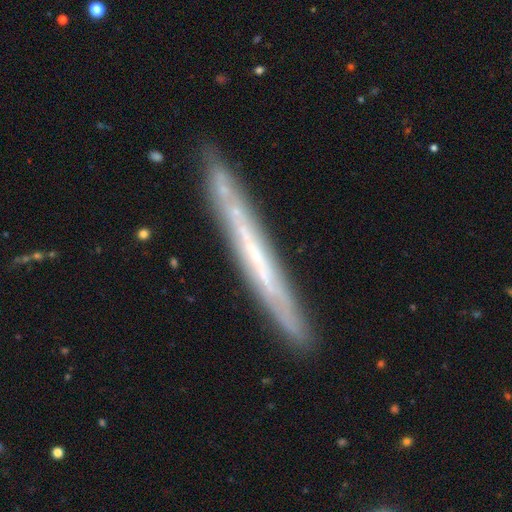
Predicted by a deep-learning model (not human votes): This is likely a featured or disk galaxy (65%). It is clearly viewed edge-on (91%). Edge-on bulge: clearly none (89%). Merging: clearly none (86%).